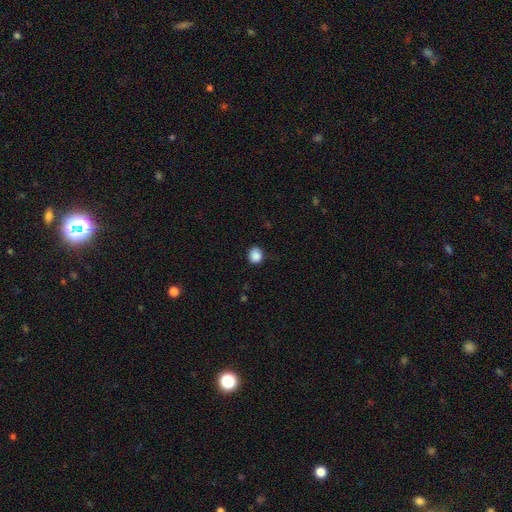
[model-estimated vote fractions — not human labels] Q: Smooth or featured?
A: smooth (87%); runner-up: star or artifact (10%)
Q: How rounded?
A: round (83%); runner-up: in between (16%)
Q: Merging?
A: none (82%); runner-up: minor disturbance (14%)